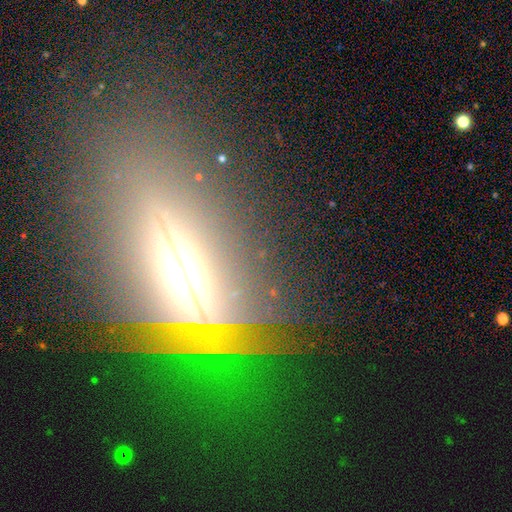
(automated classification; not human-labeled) This is likely a featured or disk galaxy (61%). It is likely viewed edge-on (77%). Merging: likely none (69%).